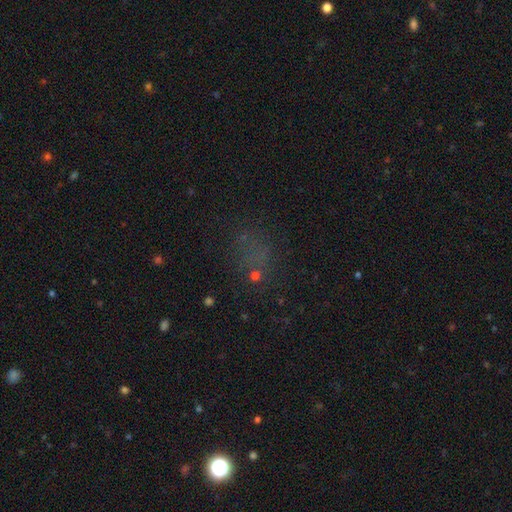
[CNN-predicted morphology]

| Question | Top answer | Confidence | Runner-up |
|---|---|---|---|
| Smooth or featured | star or artifact | 44% | smooth (40%) |